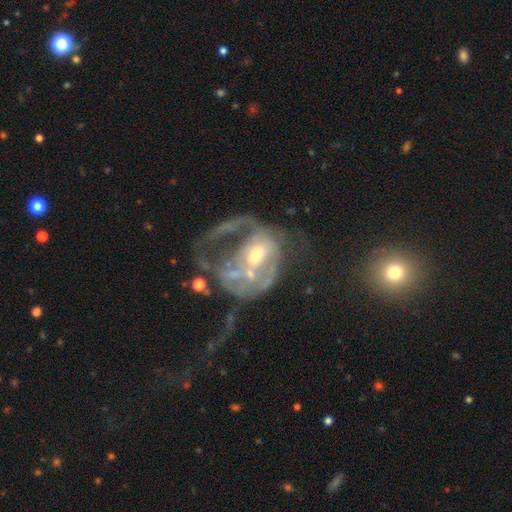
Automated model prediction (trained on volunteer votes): Smooth or featured? Predicted: featured or disk (p=0.72). Edge-on disk? Predicted: no (p=0.97). Bar? Predicted: no (p=0.68). Spiral arms? Predicted: no (p=0.55). Bulge size? Predicted: moderate (p=0.49). Merging? Predicted: major disturbance (p=0.50).